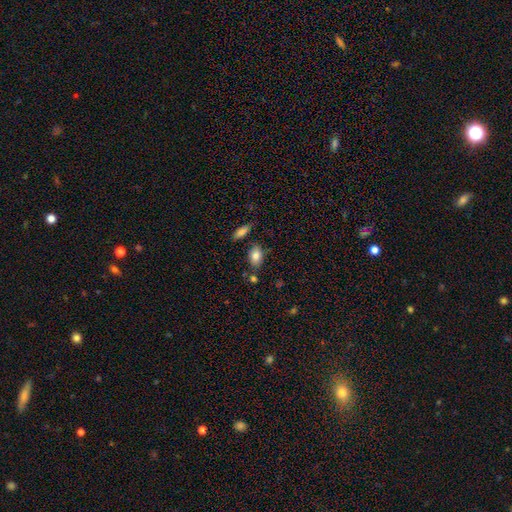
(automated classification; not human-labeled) Smooth or featured?
  - smooth: 83% *
  - featured or disk: 9%
  - star or artifact: 8%
How rounded?
  - in between: 87% *
  - round: 11%
  - cigar-shaped: 2%
Merging?
  - none: 75% *
  - minor disturbance: 14%
  - merger: 8%
  - major disturbance: 3%